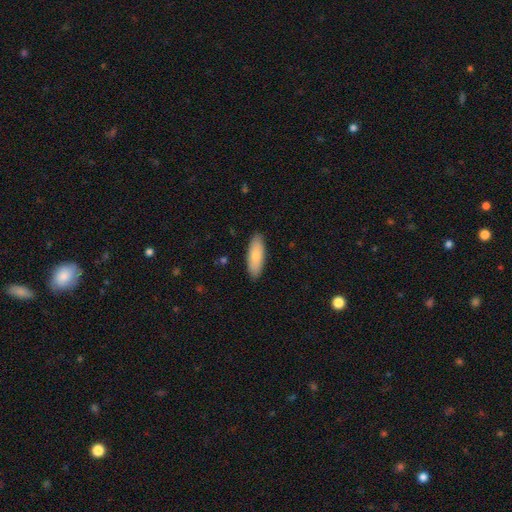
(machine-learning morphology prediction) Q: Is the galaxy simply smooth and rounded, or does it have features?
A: smooth — 80%.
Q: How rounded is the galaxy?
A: in between — 70%.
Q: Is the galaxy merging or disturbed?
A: none — 88%.